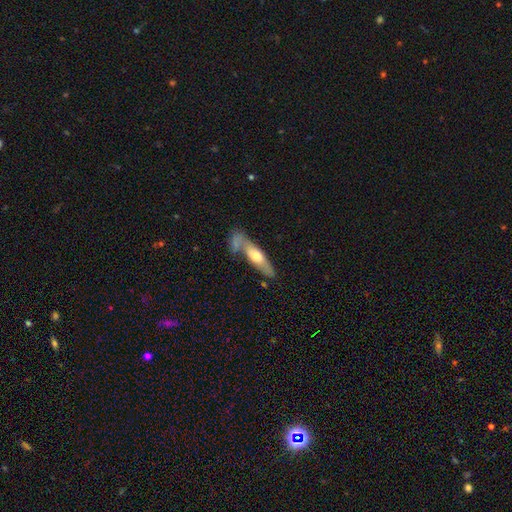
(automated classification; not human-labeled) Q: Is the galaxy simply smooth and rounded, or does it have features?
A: featured or disk — 48%.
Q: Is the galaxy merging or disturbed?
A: none — 53%.